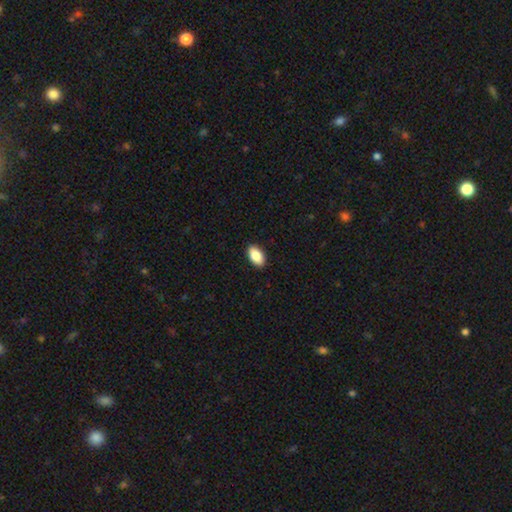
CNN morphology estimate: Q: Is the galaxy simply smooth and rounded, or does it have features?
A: smooth — 88%.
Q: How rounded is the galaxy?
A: in between — 94%.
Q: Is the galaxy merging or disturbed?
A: none — 90%.